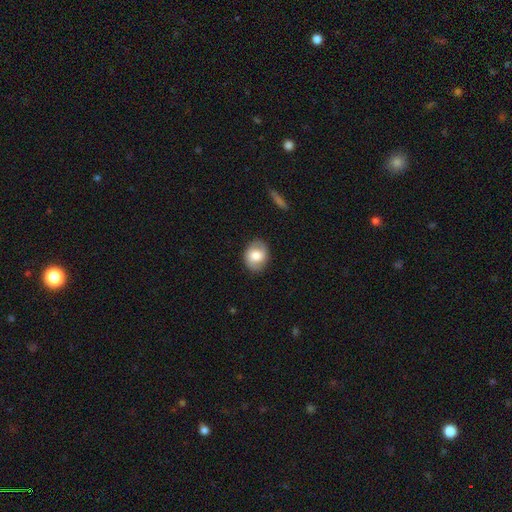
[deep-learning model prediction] Q: Smooth or featured?
A: smooth (68%); runner-up: featured or disk (25%)
Q: How rounded?
A: round (50%); runner-up: in between (49%)
Q: Merging?
A: none (82%); runner-up: minor disturbance (14%)